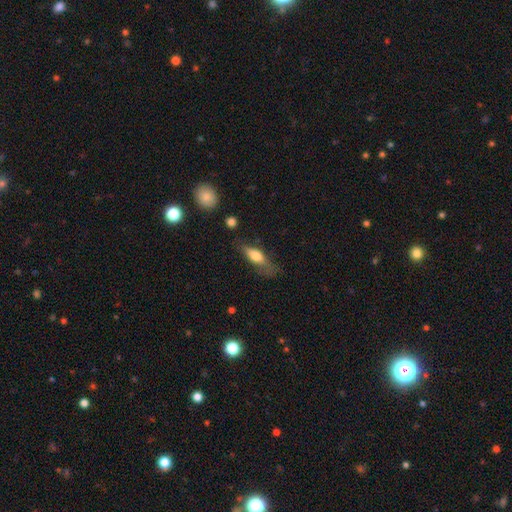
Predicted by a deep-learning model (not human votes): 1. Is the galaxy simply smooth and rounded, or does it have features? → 66% smooth, 27% featured or disk, 7% star or artifact.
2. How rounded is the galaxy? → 59% in between, 37% cigar-shaped, 4% round.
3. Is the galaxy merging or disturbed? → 49% none, 29% minor disturbance, 19% major disturbance, 3% merger.